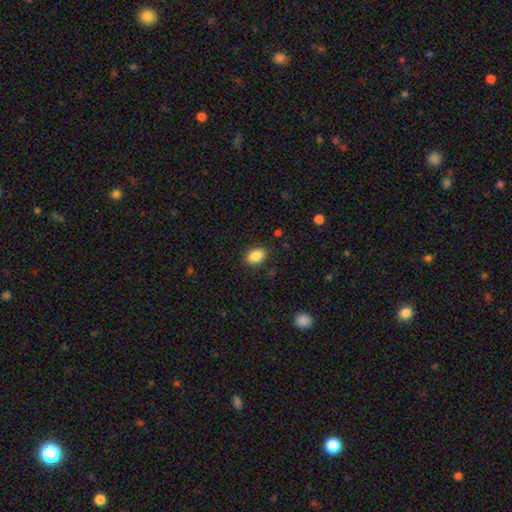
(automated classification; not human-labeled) smooth-or-featured: smooth: 87% | star or artifact: 8% | featured or disk: 4%
  how-rounded: in between: 80% | round: 19% | cigar-shaped: 1%
  merging: none: 88% | minor disturbance: 9% | major disturbance: 2% | merger: 1%